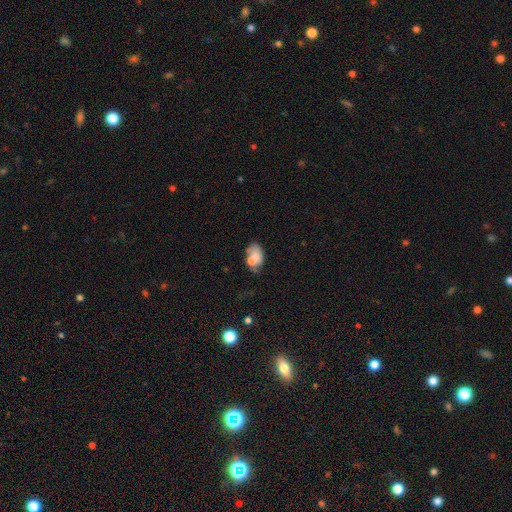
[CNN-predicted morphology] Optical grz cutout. It shows a smooth galaxy with no disk features (66%) that is in between round and cigar-shaped (84%). Merging: none (33%).